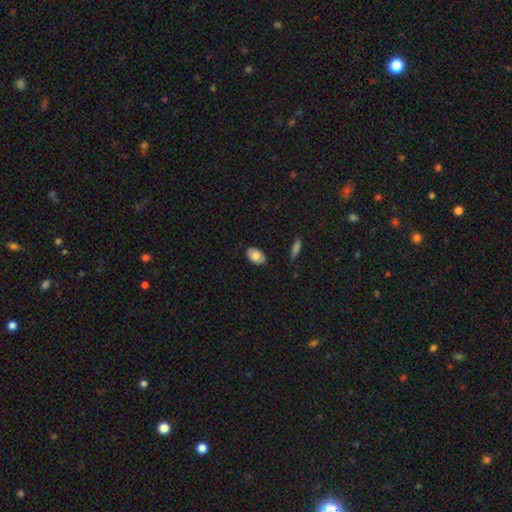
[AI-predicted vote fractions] Smooth or featured? smooth (81%)
How rounded? in between (93%)
Merging? none (84%)